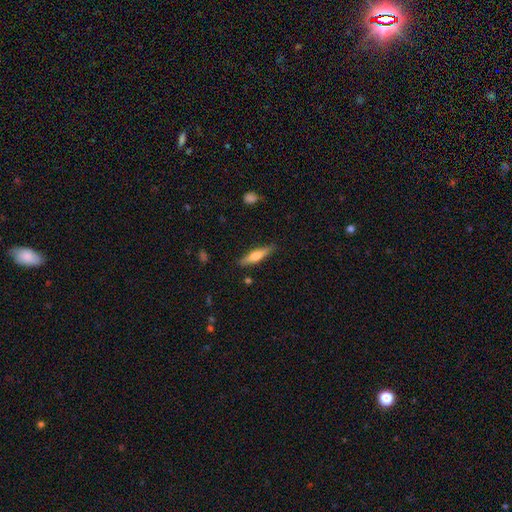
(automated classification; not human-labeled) smooth_or_featured: smooth (p=0.49) [alt: featured or disk p=0.45]
merging: none (p=0.86) [alt: minor disturbance p=0.10]